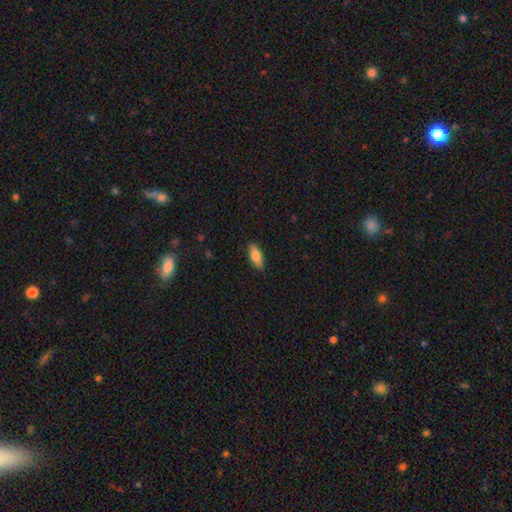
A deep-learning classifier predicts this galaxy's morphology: The model was most divided on "how rounded": in between: 80%, cigar-shaped: 17%, round: 2%. More confident: merging — none (86%); smooth or featured — smooth (79%).